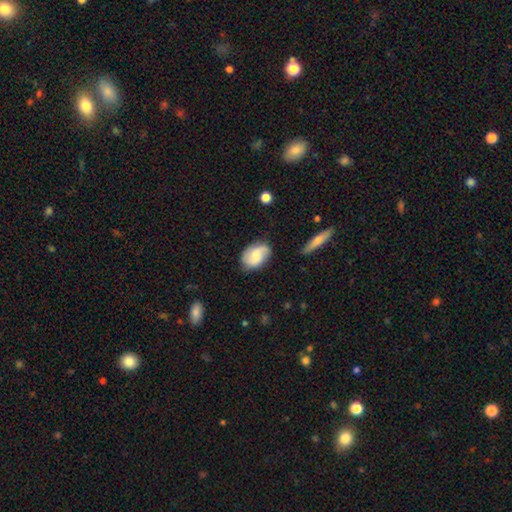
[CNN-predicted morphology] A smooth galaxy with no disk features (51%) that is in between round and cigar-shaped (78%). Merging: none (76%).